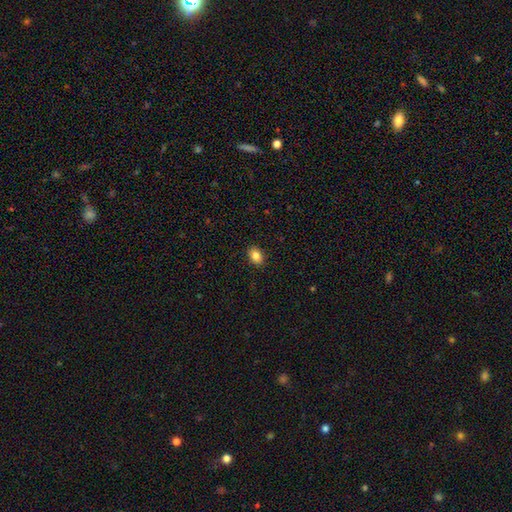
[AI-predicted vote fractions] This is clearly a smooth galaxy (84%). How rounded: likely in between (74%). Merging: clearly none (90%).